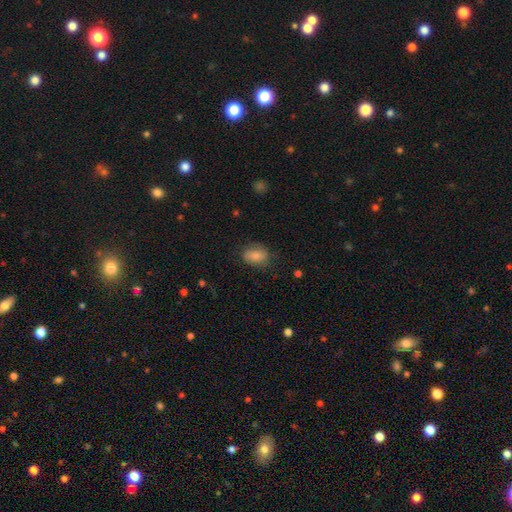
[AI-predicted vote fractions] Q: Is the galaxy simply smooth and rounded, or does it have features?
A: smooth — 84%.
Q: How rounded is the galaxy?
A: in between — 83%.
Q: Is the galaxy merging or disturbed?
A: none — 75%.